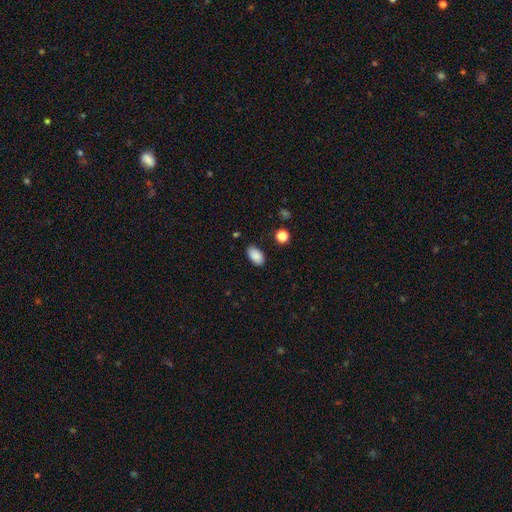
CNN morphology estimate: Smooth or featured? smooth (88%)
How rounded? in between (93%)
Merging? none (84%)